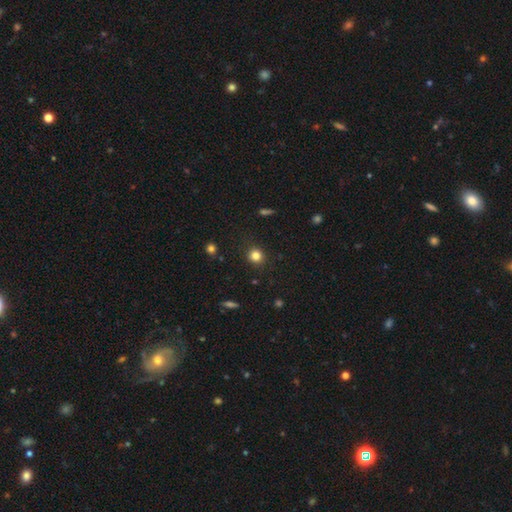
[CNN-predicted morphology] Smooth or featured?
  - smooth: 81% *
  - star or artifact: 13%
  - featured or disk: 6%
How rounded?
  - round: 89% *
  - in between: 10%
  - cigar-shaped: 1%
Merging?
  - none: 89% *
  - minor disturbance: 7%
  - major disturbance: 2%
  - merger: 1%